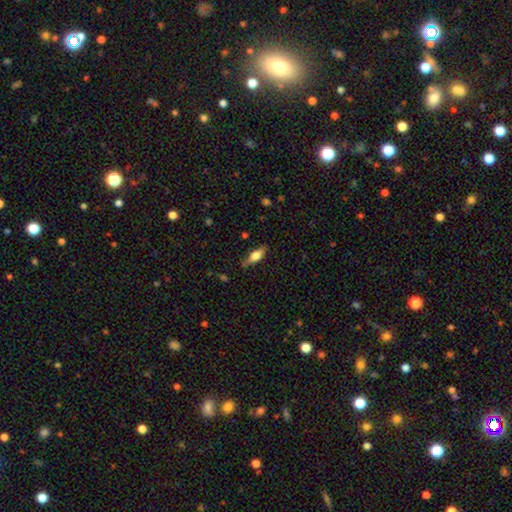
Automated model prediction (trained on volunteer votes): This appears to be a smooth galaxy with no disk features (53%) that is in between round and cigar-shaped (51%). Merging: none (77%).